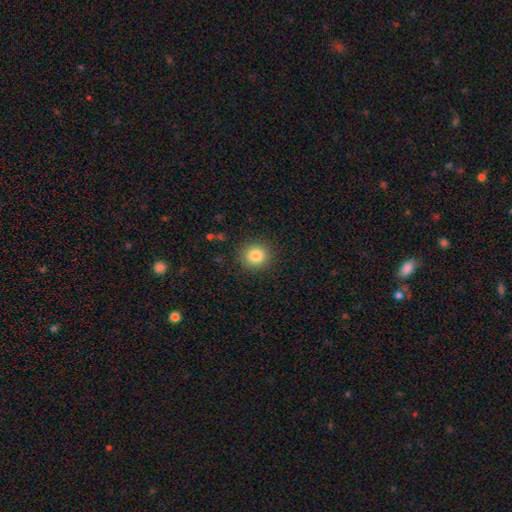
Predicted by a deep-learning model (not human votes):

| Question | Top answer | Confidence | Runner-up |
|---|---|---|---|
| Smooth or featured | smooth | 83% | star or artifact (11%) |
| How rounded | round | 90% | in between (9%) |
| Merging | none | 90% | minor disturbance (6%) |